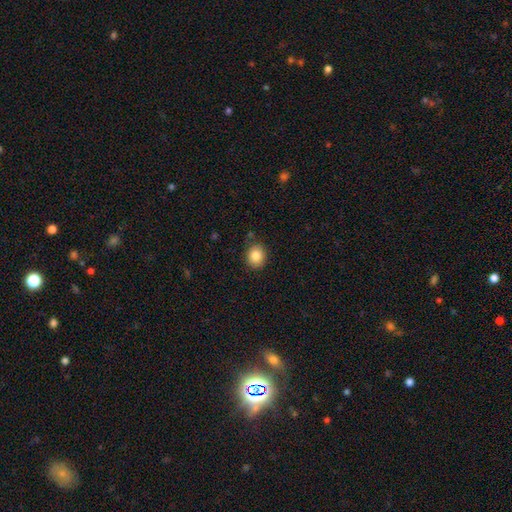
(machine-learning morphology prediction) This is clearly a smooth galaxy (84%). How rounded: likely round (65%). Merging: clearly none (84%).